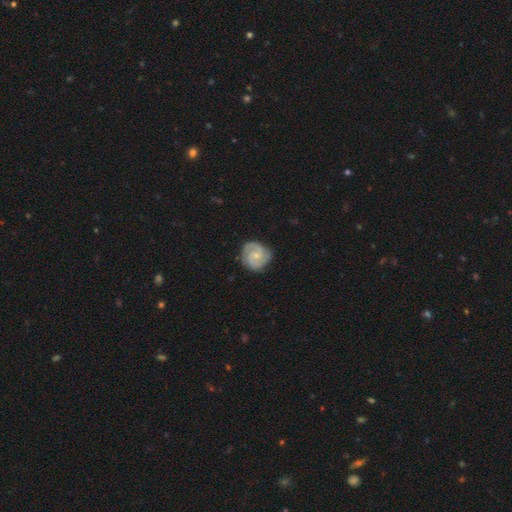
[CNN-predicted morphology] Smooth or featured? Predicted: featured or disk (p=0.79). Edge-on disk? Predicted: no (p=0.98). Bar? Predicted: no (p=0.59). Spiral arms? Predicted: yes (p=0.96). Spiral winding? Predicted: tight (p=0.56). Spiral arm count? Predicted: 2 (p=0.72). Bulge size? Predicted: small (p=0.63). Merging? Predicted: none (p=0.81).